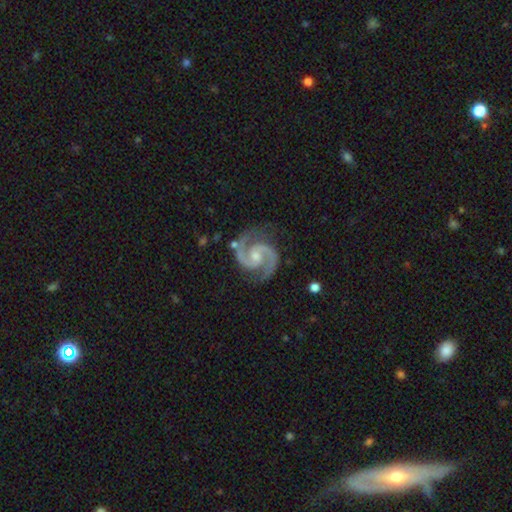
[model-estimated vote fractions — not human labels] Q: Smooth or featured?
A: featured or disk (94%); runner-up: star or artifact (4%)
Q: Edge-on disk?
A: no (98%); runner-up: yes (2%)
Q: Bar?
A: no (52%); runner-up: weak (37%)
Q: Spiral arms?
A: yes (99%); runner-up: no (1%)
Q: Spiral winding?
A: medium (62%); runner-up: tight (30%)
Q: Spiral arm count?
A: 2 (95%); runner-up: 3 (1%)
Q: Bulge size?
A: small (52%); runner-up: moderate (38%)
Q: Merging?
A: none (81%); runner-up: minor disturbance (14%)